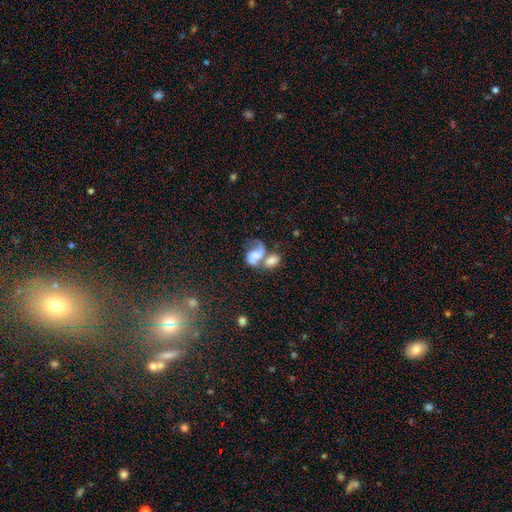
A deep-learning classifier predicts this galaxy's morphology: Smooth or featured: featured or disk — 49% (smooth — 41%)
Merging: merger — 64% (major disturbance — 14%)